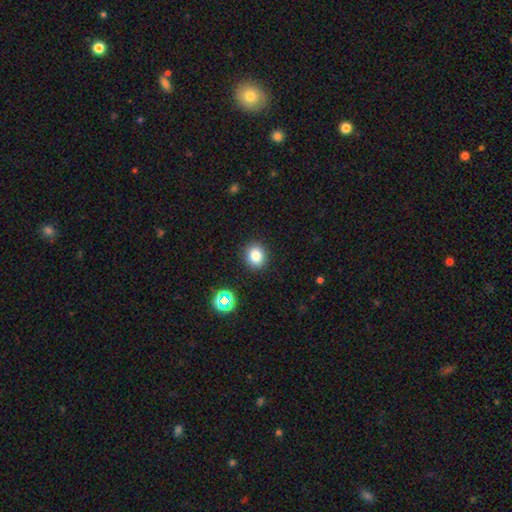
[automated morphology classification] smooth 80%, star or artifact 13%, featured or disk 6%. Down the decision tree: how rounded — round (74%); merging — none (89%).